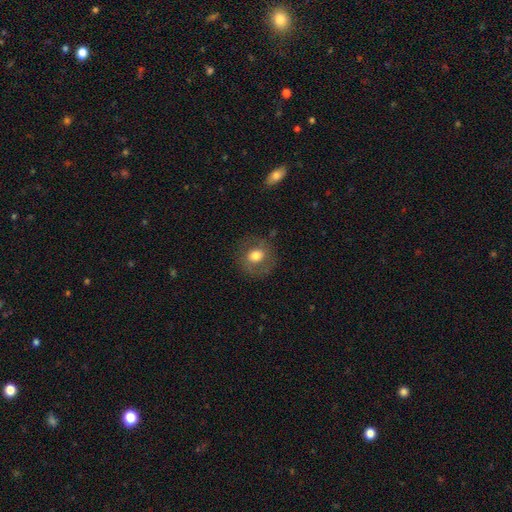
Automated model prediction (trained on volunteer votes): smooth 63%, featured or disk 28%, star or artifact 9%. Down the decision tree: how rounded — round (76%); merging — none (79%).